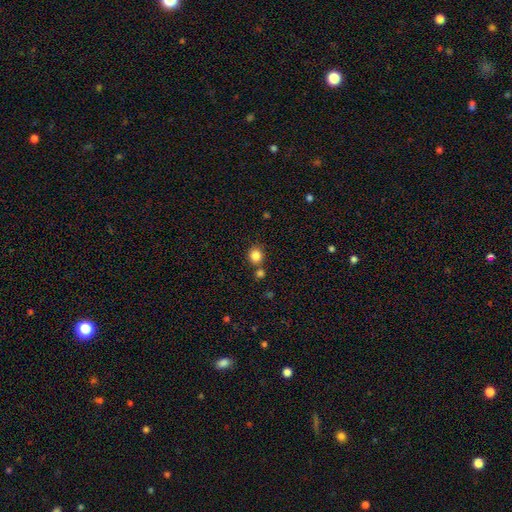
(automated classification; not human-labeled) A smooth galaxy with no disk features (85%) that is round (83%). Merging: none (72%).